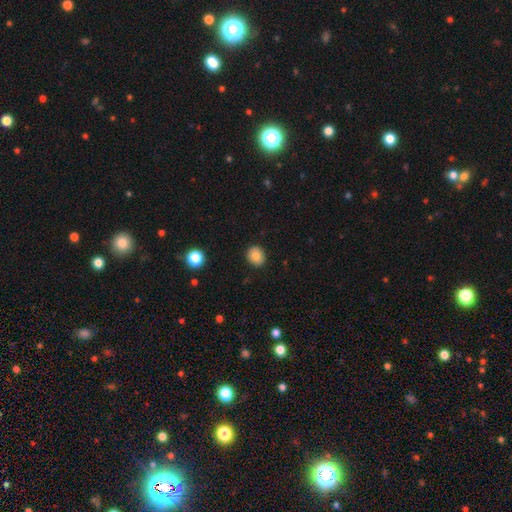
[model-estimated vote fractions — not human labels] Overall: smooth (81%). How rounded: round (75%). Merging: none (90%).